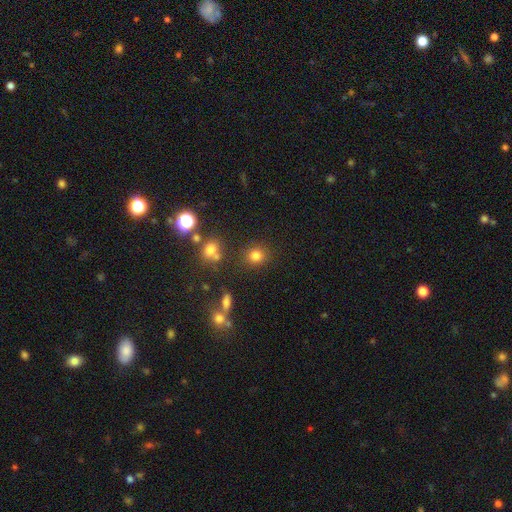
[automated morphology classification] This appears to be a smooth galaxy with no disk features (79%) that is round (86%). Merging: none (82%).